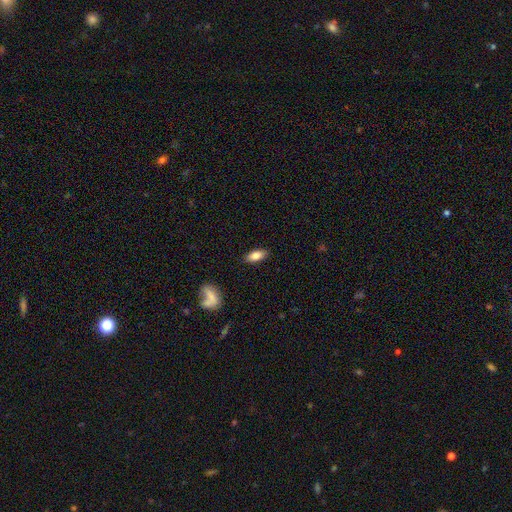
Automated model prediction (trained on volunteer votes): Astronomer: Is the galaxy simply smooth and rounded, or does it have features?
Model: smooth — 80%.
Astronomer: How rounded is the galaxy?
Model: in between — 85%.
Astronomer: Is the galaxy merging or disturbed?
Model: none — 87%.